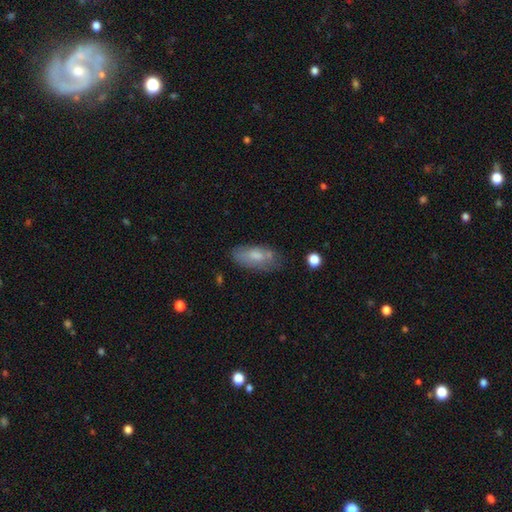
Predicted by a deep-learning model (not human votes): Q: Smooth or featured?
A: smooth (69%); runner-up: featured or disk (24%)
Q: How rounded?
A: in between (87%); runner-up: cigar-shaped (11%)
Q: Merging?
A: none (63%); runner-up: minor disturbance (24%)